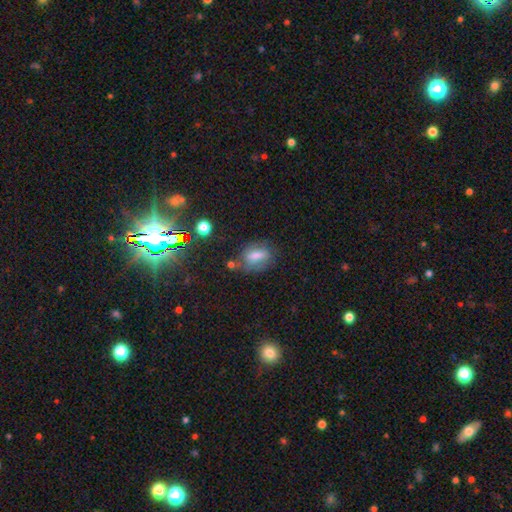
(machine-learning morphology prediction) smooth_or_featured: smooth (p=0.57) [alt: featured or disk p=0.24]
how_rounded: in between (p=0.75) [alt: round p=0.19]
merging: none (p=0.62) [alt: minor disturbance p=0.23]